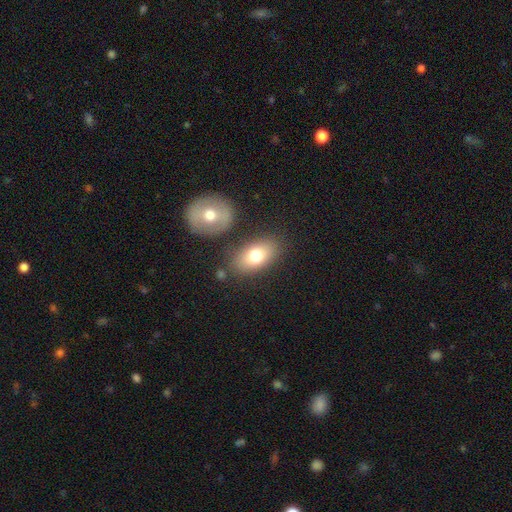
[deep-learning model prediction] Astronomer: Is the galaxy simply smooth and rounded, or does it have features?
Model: smooth — 73%.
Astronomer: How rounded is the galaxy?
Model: in between — 88%.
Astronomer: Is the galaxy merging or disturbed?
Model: none — 77%.